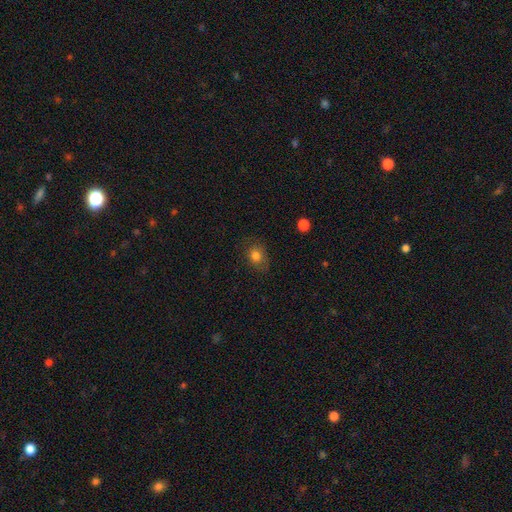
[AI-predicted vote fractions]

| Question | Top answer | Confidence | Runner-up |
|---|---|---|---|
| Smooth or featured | smooth | 79% | star or artifact (12%) |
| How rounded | round | 50% | in between (49%) |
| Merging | none | 73% | minor disturbance (19%) |